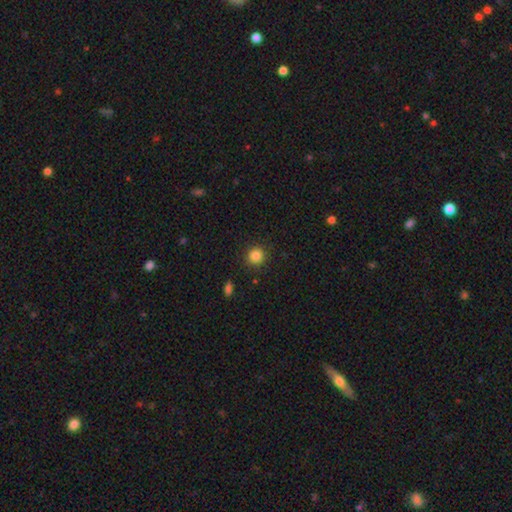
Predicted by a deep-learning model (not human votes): Smooth or featured: smooth — 85% (star or artifact — 11%)
How rounded: round — 90% (in between — 9%)
Merging: none — 90% (minor disturbance — 7%)